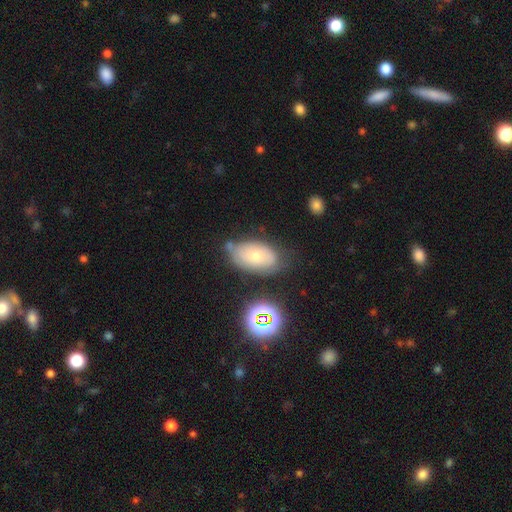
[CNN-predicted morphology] smooth 51%, featured or disk 33%, star or artifact 16%. Down the decision tree: how rounded — in between (89%); merging — none (66%).